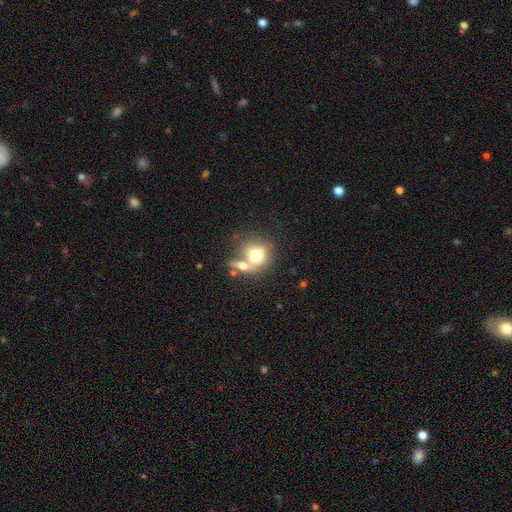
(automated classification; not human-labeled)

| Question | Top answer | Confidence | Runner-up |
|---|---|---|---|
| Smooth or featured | smooth | 70% | featured or disk (20%) |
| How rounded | round | 61% | in between (37%) |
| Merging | merger | 49% | none (32%) |